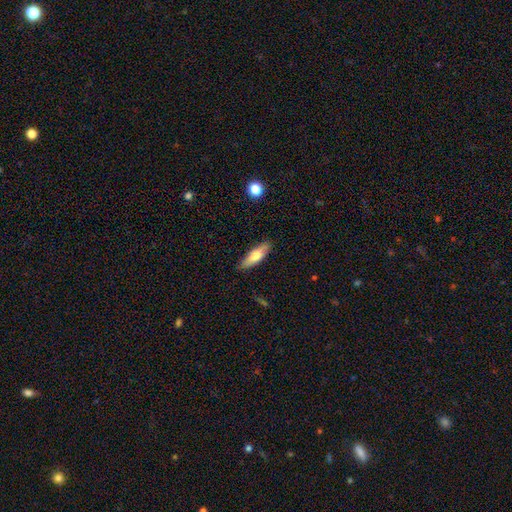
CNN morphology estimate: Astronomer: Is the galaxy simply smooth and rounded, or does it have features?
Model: smooth — 72%.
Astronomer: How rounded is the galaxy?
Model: cigar-shaped — 50% (runner-up: in between, 48%).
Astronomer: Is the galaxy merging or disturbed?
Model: none — 85%.